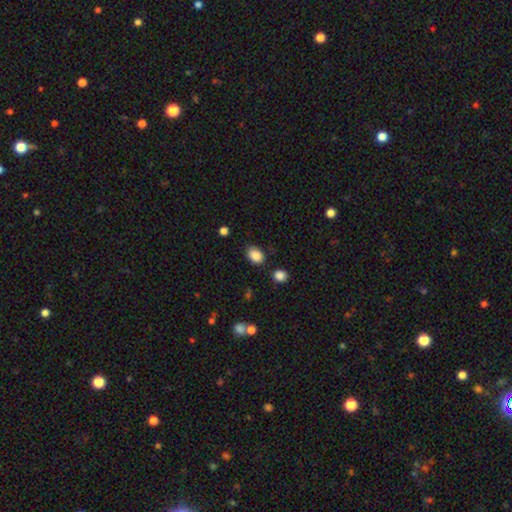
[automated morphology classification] The model was most divided on "how rounded": in between: 75%, round: 24%, cigar-shaped: 1%. More confident: smooth or featured — smooth (87%); merging — none (79%).